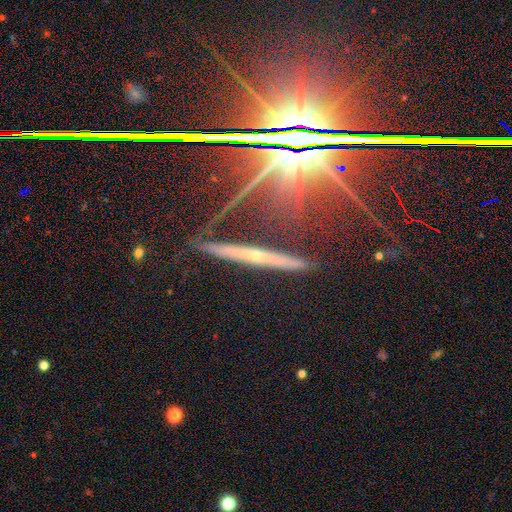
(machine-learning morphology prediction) This is possibly a featured or disk galaxy (58%). It is clearly viewed edge-on (93%). Edge-on bulge: likely rounded (75%). Merging: clearly none (82%).